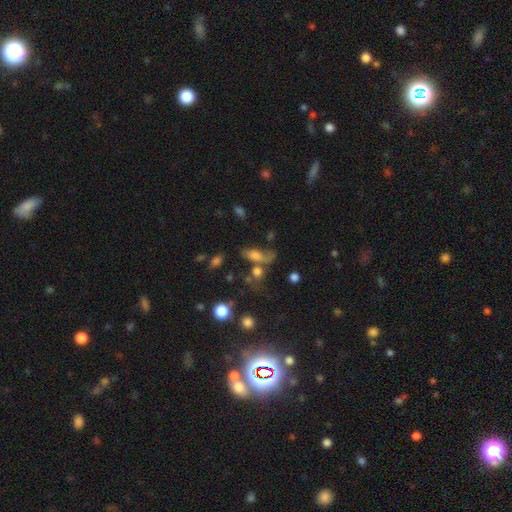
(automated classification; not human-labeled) A smooth galaxy with no disk features (60%) that is in between round and cigar-shaped (63%).

Vote fractions:
- Smooth or featured? smooth: 60% / featured or disk: 24% / star or artifact: 16%
- How rounded? in between: 63% / cigar-shaped: 24% / round: 13%
- Merging? none: 37% / merger: 24% / major disturbance: 19% / minor disturbance: 19%